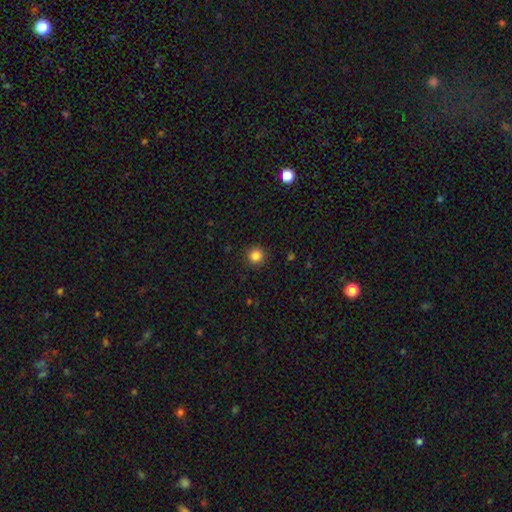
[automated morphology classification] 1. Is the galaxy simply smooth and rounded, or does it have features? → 85% smooth, 11% star or artifact, 4% featured or disk.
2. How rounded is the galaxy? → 95% round, 4% in between, 1% cigar-shaped.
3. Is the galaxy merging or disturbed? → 92% none, 5% minor disturbance, 2% major disturbance, 1% merger.